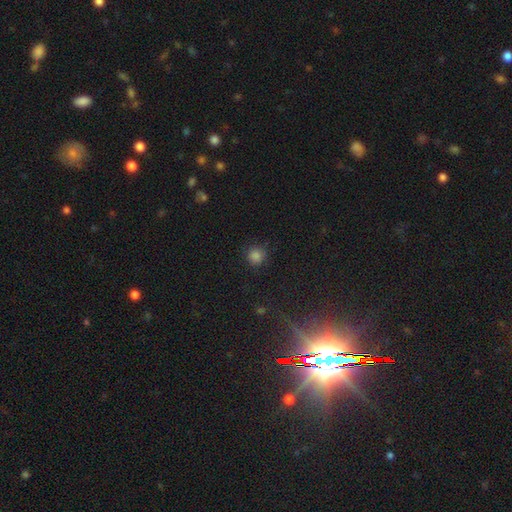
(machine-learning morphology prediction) Smooth or featured? smooth (82%)
How rounded? round (92%)
Merging? none (85%)